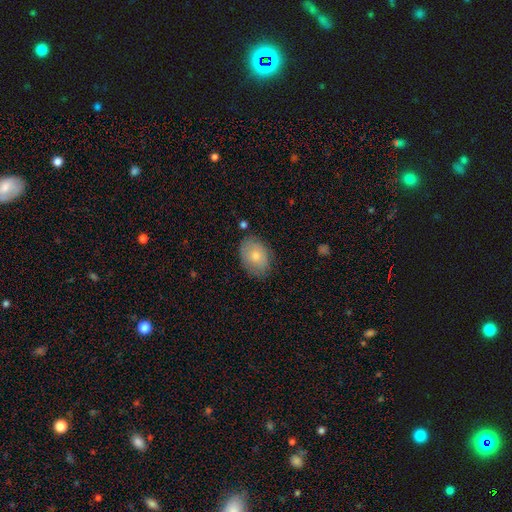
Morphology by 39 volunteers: smooth 79%, featured or disk 18%, star or artifact 3%. Down the decision tree: how rounded — in between (84%); merging — none (89%).